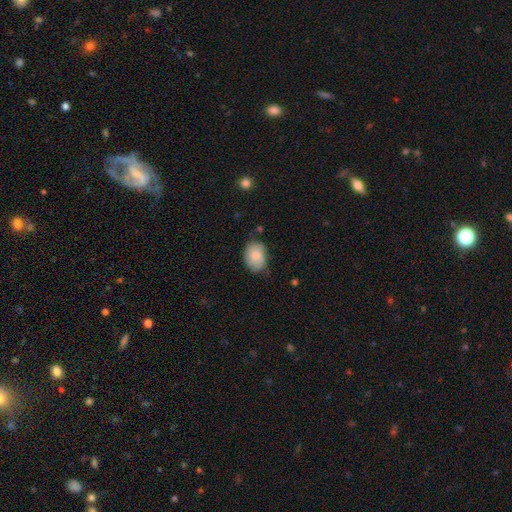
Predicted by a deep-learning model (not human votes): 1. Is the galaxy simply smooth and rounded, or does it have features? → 73% smooth, 19% featured or disk, 7% star or artifact.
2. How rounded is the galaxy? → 71% in between, 28% round, 1% cigar-shaped.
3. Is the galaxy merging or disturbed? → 64% none, 28% minor disturbance, 6% major disturbance, 2% merger.